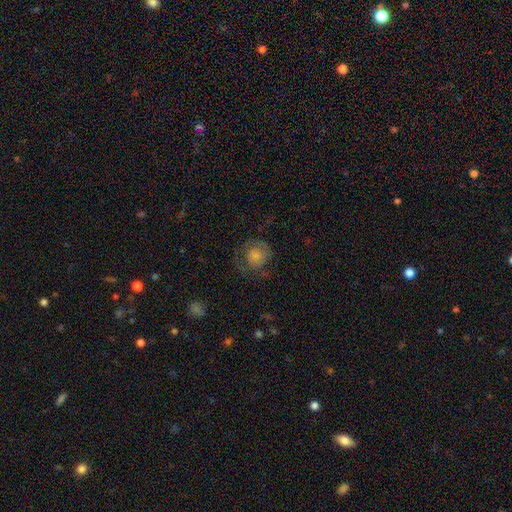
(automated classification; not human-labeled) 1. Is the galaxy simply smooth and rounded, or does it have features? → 63% smooth, 28% featured or disk, 9% star or artifact.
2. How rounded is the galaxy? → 86% round, 14% in between, 1% cigar-shaped.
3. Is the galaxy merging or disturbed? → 55% none, 22% major disturbance, 21% minor disturbance, 1% merger.